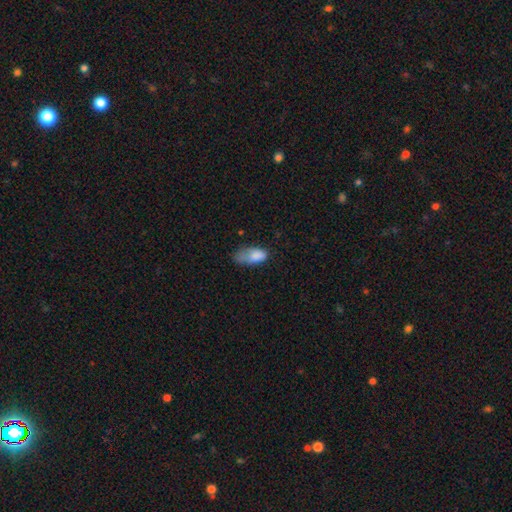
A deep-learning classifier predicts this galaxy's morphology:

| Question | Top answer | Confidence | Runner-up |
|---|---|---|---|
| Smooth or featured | smooth | 78% | featured or disk (13%) |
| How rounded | in between | 88% | cigar-shaped (8%) |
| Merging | minor disturbance | 37% | none (30%) |